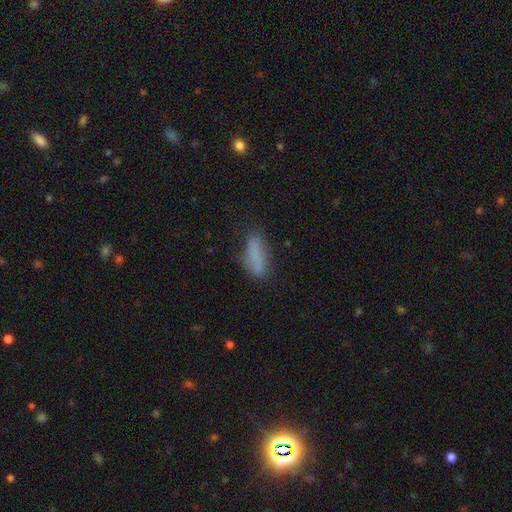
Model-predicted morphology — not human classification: This appears to be a smooth galaxy with no disk features (78%) that is in between round and cigar-shaped (52%). Merging: none (68%).